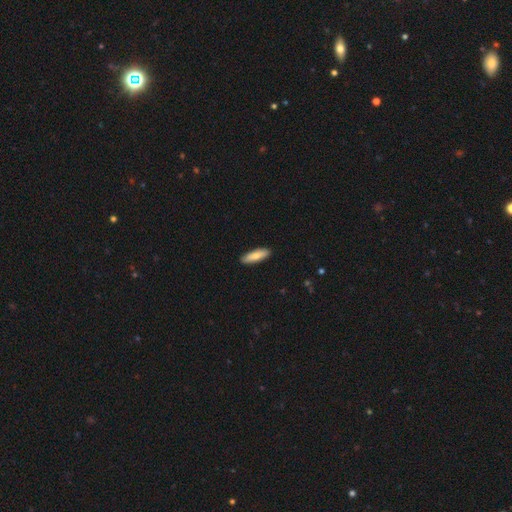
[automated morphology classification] smooth_or_featured: smooth (p=0.74) [alt: featured or disk p=0.20]
how_rounded: cigar-shaped (p=0.59) [alt: in between p=0.39]
merging: none (p=0.90) [alt: minor disturbance p=0.08]